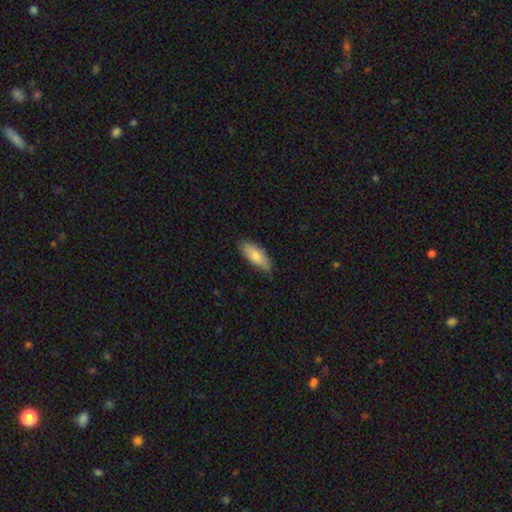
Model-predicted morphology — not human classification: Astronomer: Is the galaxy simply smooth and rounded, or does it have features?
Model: smooth — 79%.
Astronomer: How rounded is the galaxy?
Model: in between — 73%.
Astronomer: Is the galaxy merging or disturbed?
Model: none — 79%.